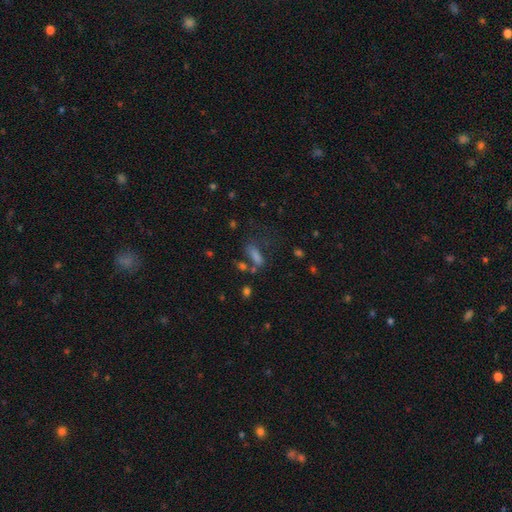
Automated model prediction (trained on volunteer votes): smooth-or-featured: smooth: 64% | star or artifact: 22% | featured or disk: 14%
  how-rounded: in between: 57% | cigar-shaped: 36% | round: 7%
  merging: none: 50% | minor disturbance: 19% | major disturbance: 18% | merger: 13%